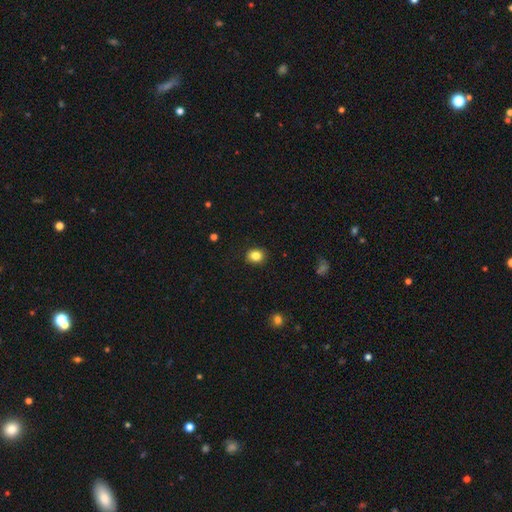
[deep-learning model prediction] This is clearly a smooth galaxy (84%). How rounded: likely round (69%). Merging: clearly none (88%).